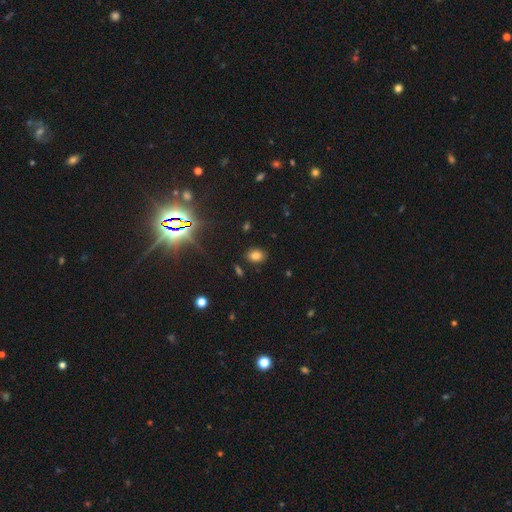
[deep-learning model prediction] smooth_or_featured: smooth (p=0.78) [alt: star or artifact p=0.15]
how_rounded: in between (p=0.72) [alt: round p=0.27]
merging: none (p=0.85) [alt: minor disturbance p=0.09]